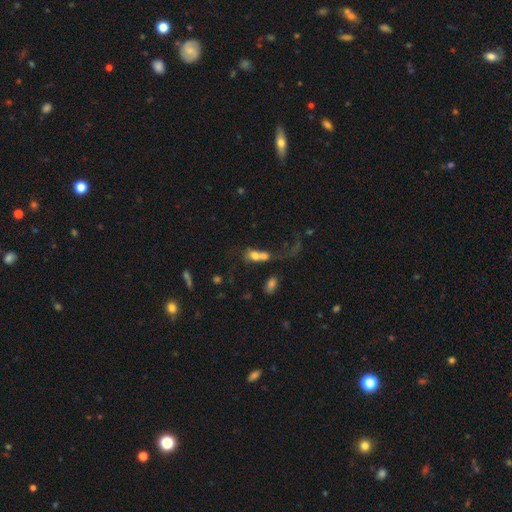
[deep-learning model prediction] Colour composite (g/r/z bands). It shows a smooth galaxy with no disk features (63%) that is in between round and cigar-shaped (65%). Merging: merger (69%).